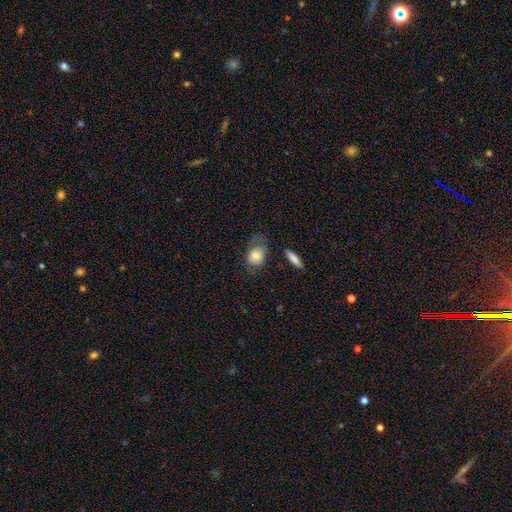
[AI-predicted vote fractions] This appears to be a smooth galaxy with no disk features (74%) that is in between round and cigar-shaped (66%). Merging: none (40%).